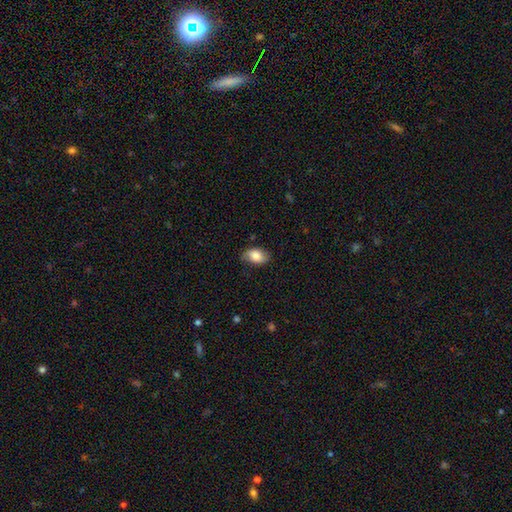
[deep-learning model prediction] smooth_or_featured: smooth (p=0.80) [alt: featured or disk p=0.13]
how_rounded: in between (p=0.90) [alt: round p=0.09]
merging: none (p=0.76) [alt: minor disturbance p=0.19]